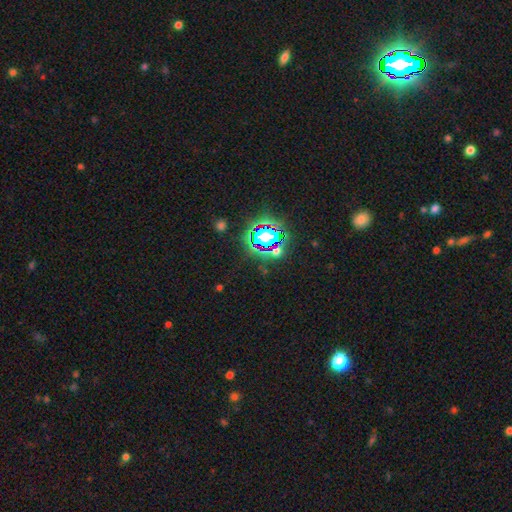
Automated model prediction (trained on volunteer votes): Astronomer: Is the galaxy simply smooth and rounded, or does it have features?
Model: star or artifact — 83%.